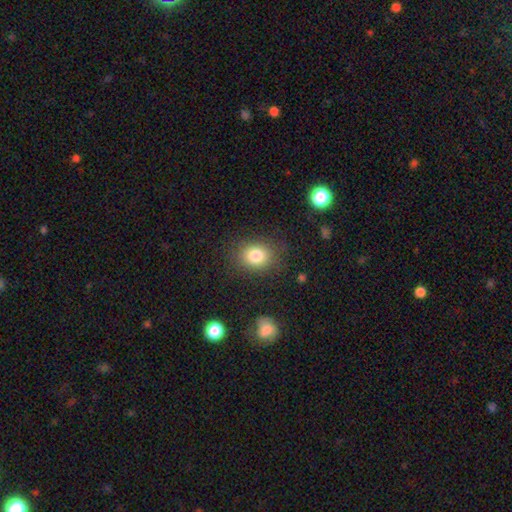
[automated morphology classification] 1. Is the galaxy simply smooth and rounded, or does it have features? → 81% smooth, 11% star or artifact, 8% featured or disk.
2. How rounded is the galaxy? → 51% round, 48% in between, 1% cigar-shaped.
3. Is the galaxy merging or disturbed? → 83% none, 11% minor disturbance, 4% major disturbance, 2% merger.